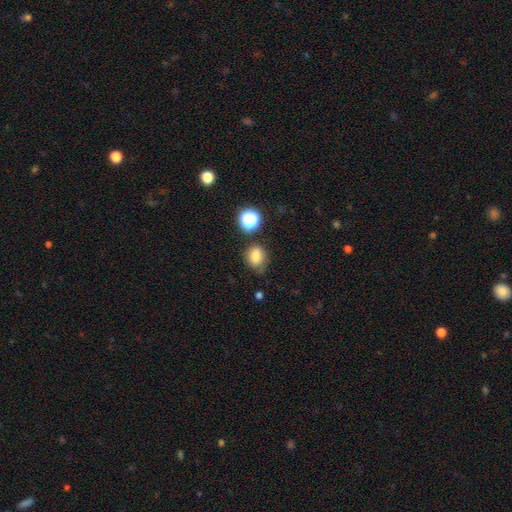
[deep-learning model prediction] Smooth or featured? smooth (80%)
How rounded? round (52%)
Merging? none (67%)